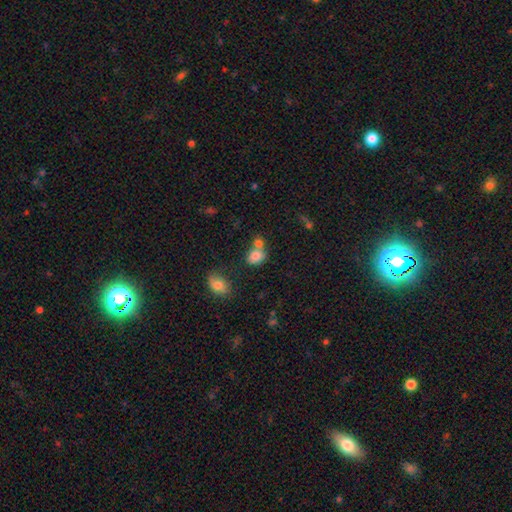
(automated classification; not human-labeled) A smooth galaxy with no disk features (81%) that is in between round and cigar-shaped (58%).

Vote fractions:
- Smooth or featured? smooth: 81% / star or artifact: 11% / featured or disk: 8%
- How rounded? in between: 58% / round: 41% / cigar-shaped: 1%
- Merging? none: 44% / merger: 39% / minor disturbance: 12% / major disturbance: 5%